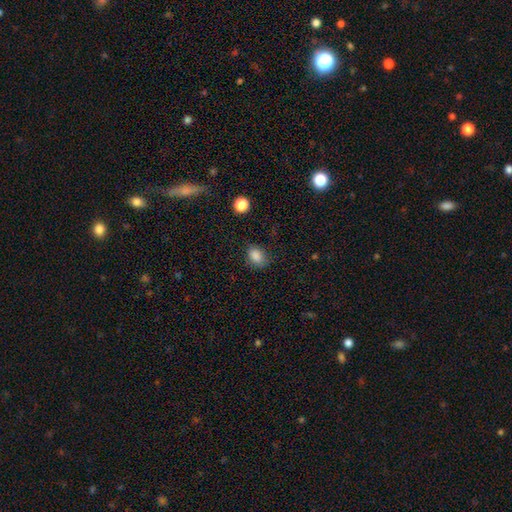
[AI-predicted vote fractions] This appears to be a smooth galaxy with no disk features (86%) that is in between round and cigar-shaped (73%). Merging: none (77%).